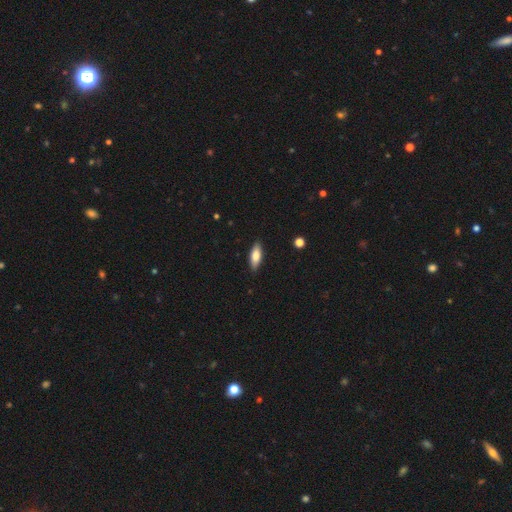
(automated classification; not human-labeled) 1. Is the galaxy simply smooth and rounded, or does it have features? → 77% smooth, 17% featured or disk, 6% star or artifact.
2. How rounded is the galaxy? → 68% in between, 30% cigar-shaped, 2% round.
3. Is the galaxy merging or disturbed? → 88% none, 9% minor disturbance, 2% major disturbance, 1% merger.